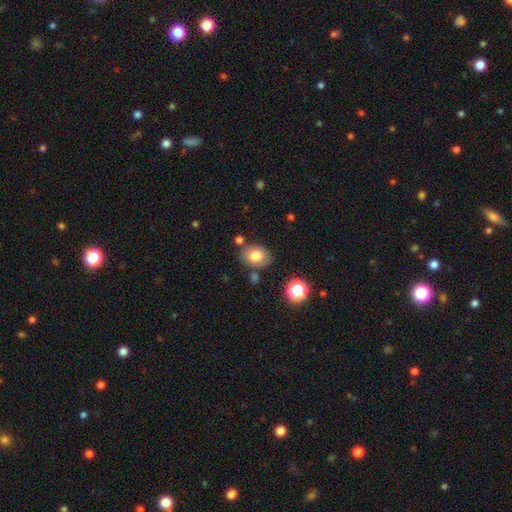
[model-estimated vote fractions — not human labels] smooth-or-featured: smooth: 77% | featured or disk: 13% | star or artifact: 10%
  how-rounded: in between: 70% | round: 29% | cigar-shaped: 1%
  merging: none: 75% | minor disturbance: 14% | merger: 7% | major disturbance: 4%